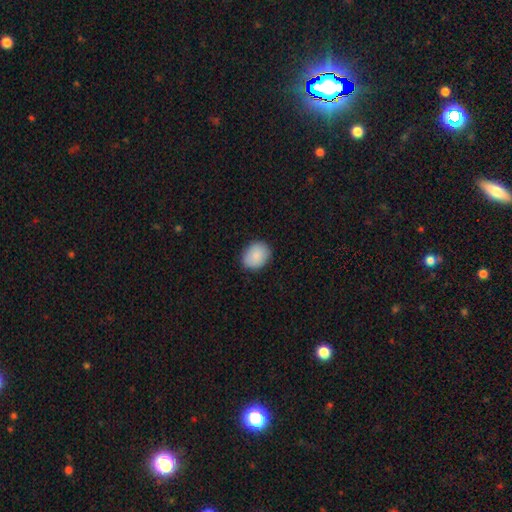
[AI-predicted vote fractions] This appears to be a smooth galaxy with no disk features (89%) that is in between round and cigar-shaped (50%). Merging: none (87%).